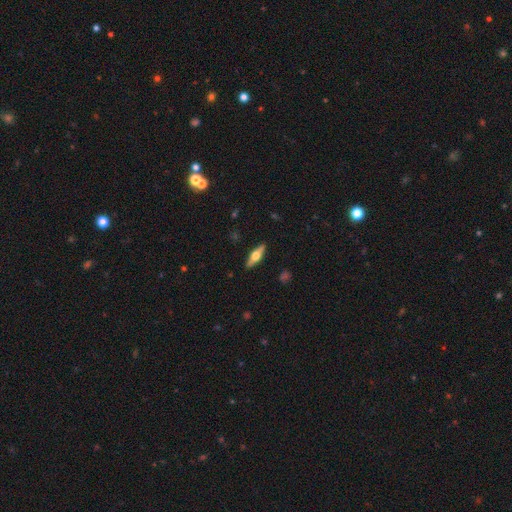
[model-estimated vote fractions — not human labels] Morphology: type=featured or disk (55%); edge-on=yes (92%); edge-on bulge=rounded (94%); merging=none (89%).